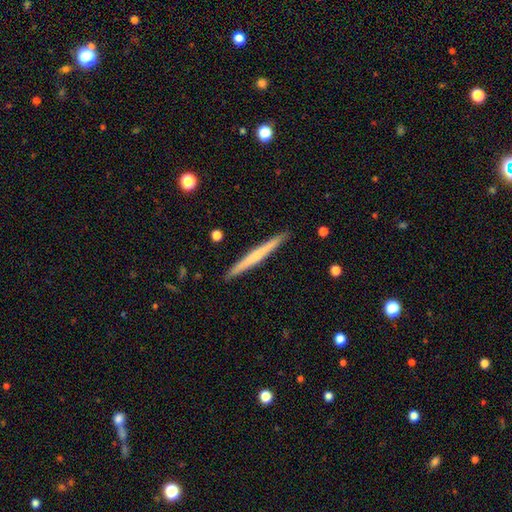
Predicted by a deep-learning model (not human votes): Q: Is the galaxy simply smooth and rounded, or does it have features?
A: smooth — 47%, tied with featured or disk.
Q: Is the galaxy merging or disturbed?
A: none — 92%.